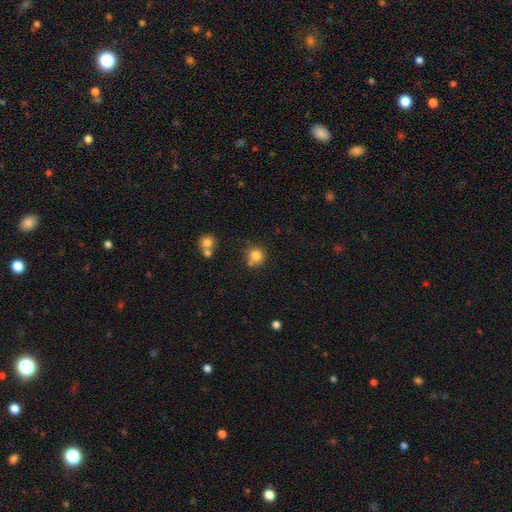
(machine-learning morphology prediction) Overall: smooth (82%). How rounded: round (90%). Merging: none (68%).